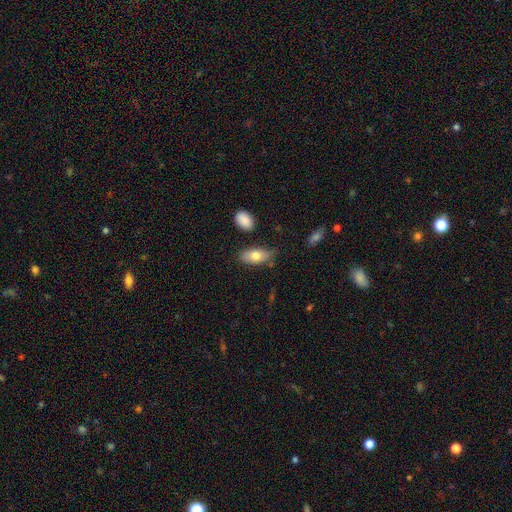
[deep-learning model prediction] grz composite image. It shows a smooth galaxy with no disk features (76%) that is in between round and cigar-shaped (88%). Merging: none (72%).